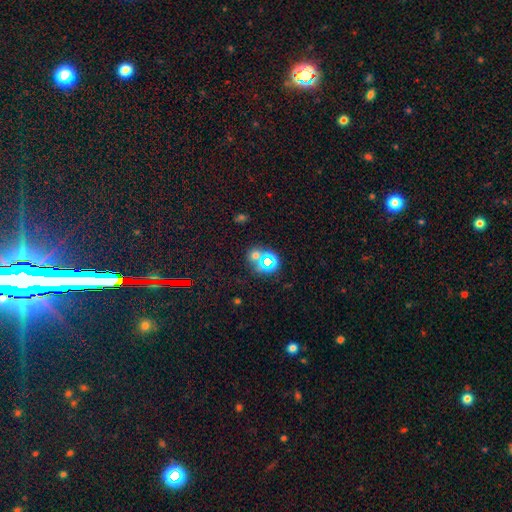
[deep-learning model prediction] Morphology: type=smooth (44%, tied with star or artifact); merging=none (56%).